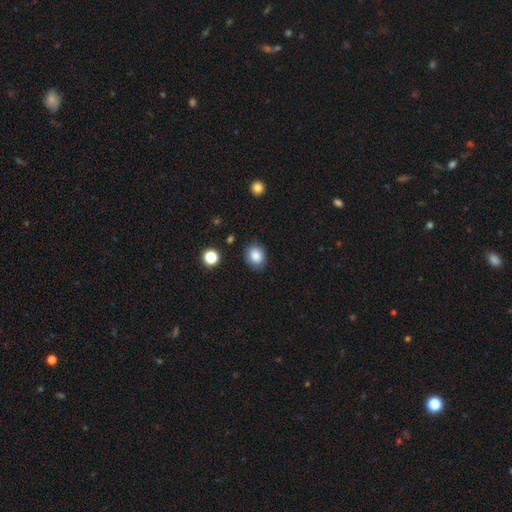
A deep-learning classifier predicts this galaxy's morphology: smooth_or_featured: smooth (p=0.86) [alt: star or artifact p=0.09]
how_rounded: round (p=0.55) [alt: in between p=0.45]
merging: none (p=0.82) [alt: minor disturbance p=0.14]